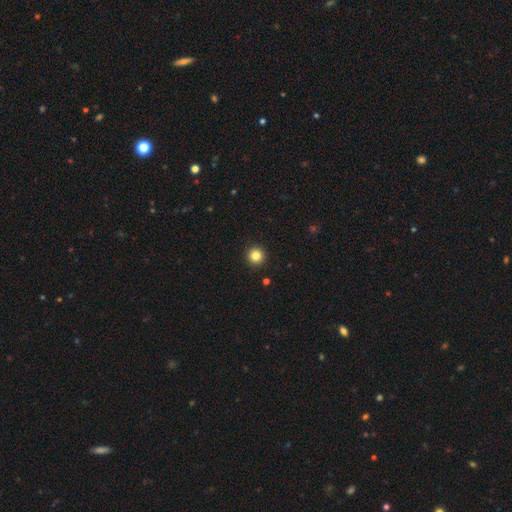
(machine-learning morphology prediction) Smooth or featured? Predicted: smooth (p=0.83). How rounded? Predicted: round (p=0.96). Merging? Predicted: none (p=0.93).